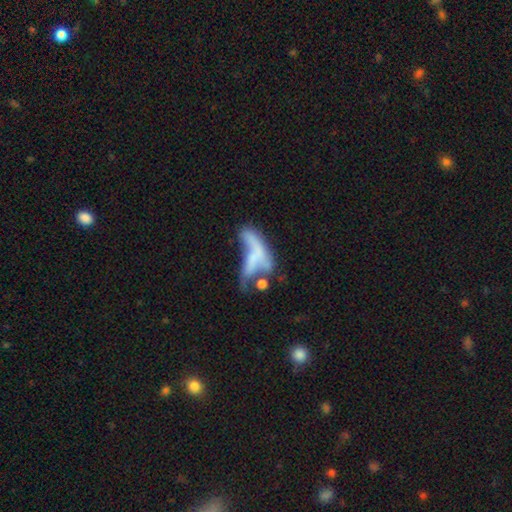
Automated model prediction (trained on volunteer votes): This appears to be a featured or disk galaxy (45%). Merging: merger (37%).